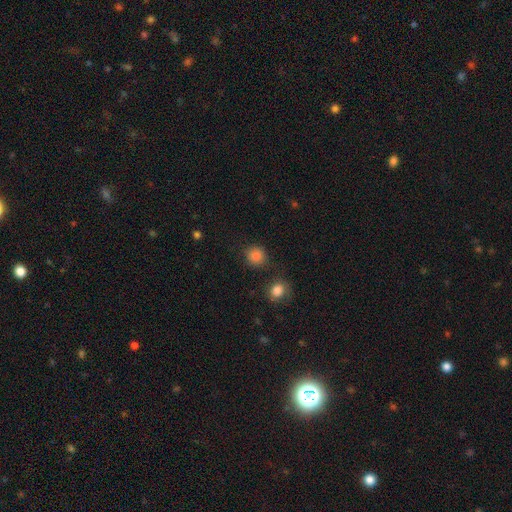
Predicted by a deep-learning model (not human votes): smooth 85%, star or artifact 12%, featured or disk 3%. Down the decision tree: how rounded — round (90%); merging — none (84%).